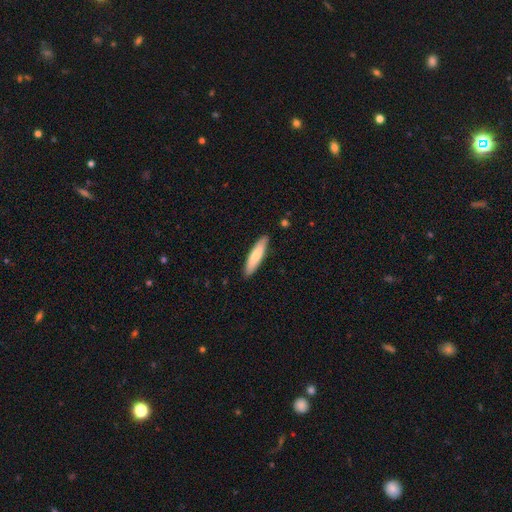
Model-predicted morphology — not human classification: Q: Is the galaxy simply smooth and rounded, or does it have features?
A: smooth — 75%.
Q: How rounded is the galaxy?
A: cigar-shaped — 77%.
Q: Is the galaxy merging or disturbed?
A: none — 89%.